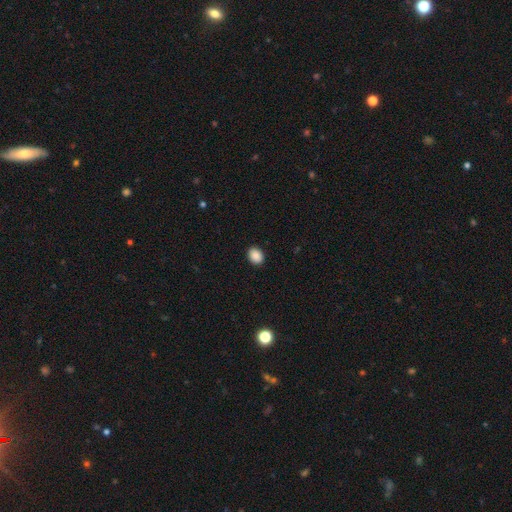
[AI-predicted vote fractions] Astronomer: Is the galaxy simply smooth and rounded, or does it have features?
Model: smooth — 89%.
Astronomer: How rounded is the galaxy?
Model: in between — 58% (runner-up: round, 41%).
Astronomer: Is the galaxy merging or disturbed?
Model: none — 91%.